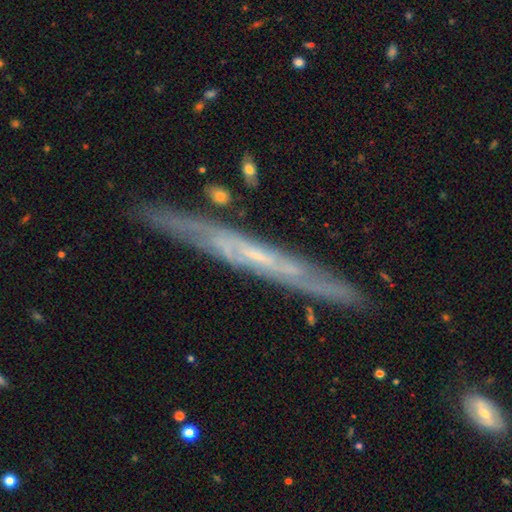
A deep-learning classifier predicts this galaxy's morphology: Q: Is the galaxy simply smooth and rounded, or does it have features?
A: featured or disk — 72%.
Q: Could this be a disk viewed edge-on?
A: yes — 85%.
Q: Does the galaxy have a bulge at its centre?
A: none — 80%.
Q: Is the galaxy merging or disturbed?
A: none — 85%.